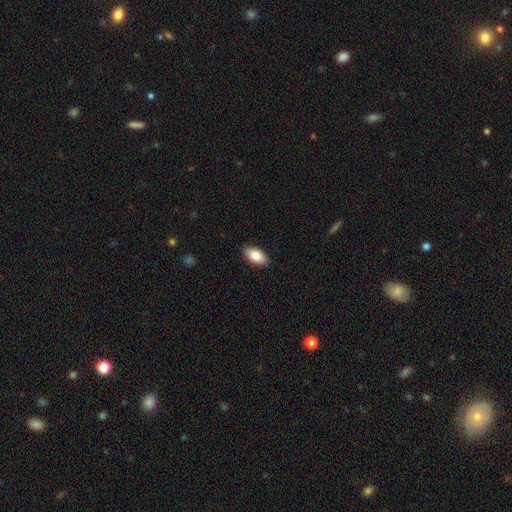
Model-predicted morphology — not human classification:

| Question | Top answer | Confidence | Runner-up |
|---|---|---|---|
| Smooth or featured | smooth | 86% | featured or disk (8%) |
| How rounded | in between | 94% | round (3%) |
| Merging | none | 89% | minor disturbance (8%) |